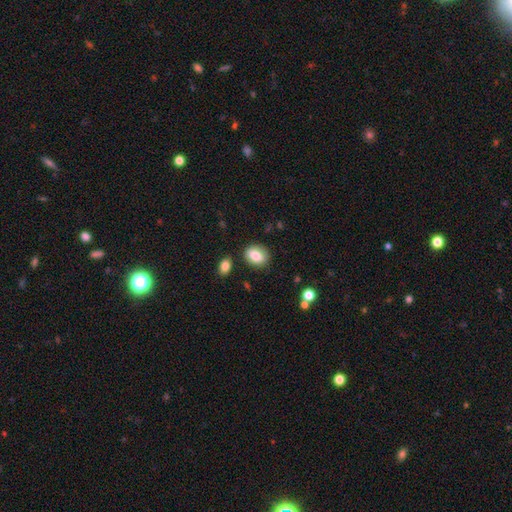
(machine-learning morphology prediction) Smooth or featured? Predicted: smooth (p=0.79). How rounded? Predicted: in between (p=0.61). Merging? Predicted: none (p=0.82).